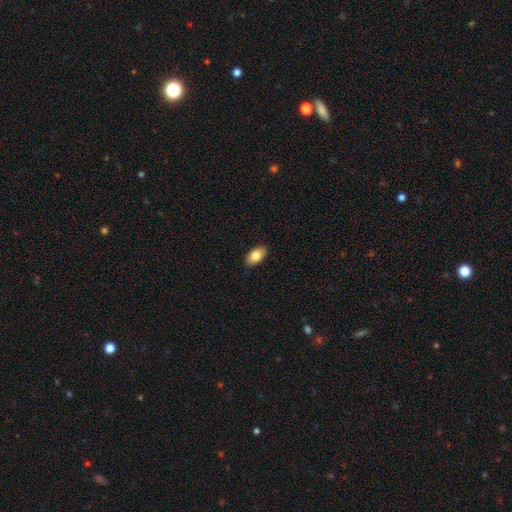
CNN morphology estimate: Smooth or featured?
  - smooth: 83% *
  - featured or disk: 10%
  - star or artifact: 7%
How rounded?
  - in between: 93% *
  - round: 5%
  - cigar-shaped: 2%
Merging?
  - none: 89% *
  - minor disturbance: 8%
  - major disturbance: 2%
  - merger: 1%